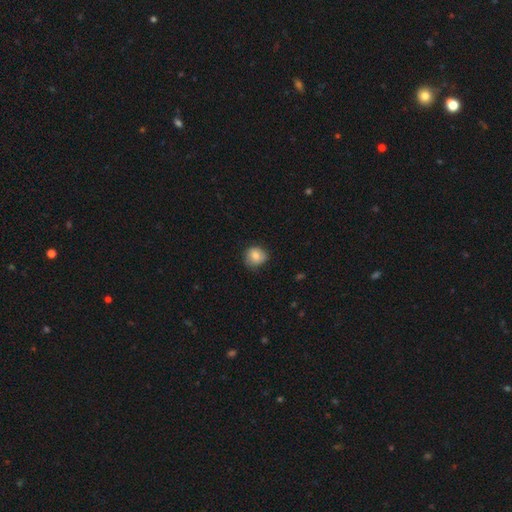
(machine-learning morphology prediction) type=smooth (79%); roundness=round (81%); merging=none (75%).